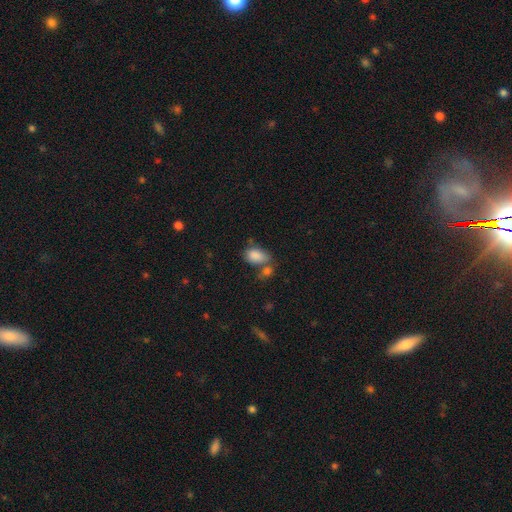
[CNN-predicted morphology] Smooth or featured? smooth (85%)
How rounded? in between (87%)
Merging? none (44%)